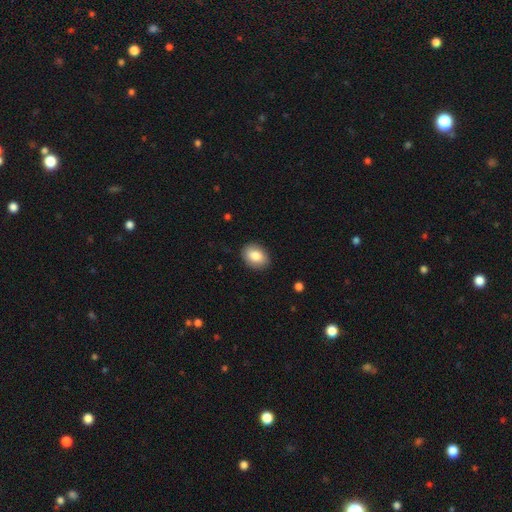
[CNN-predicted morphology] Smooth or featured: smooth — 84% (featured or disk — 9%)
How rounded: in between — 76% (round — 23%)
Merging: none — 88% (minor disturbance — 9%)